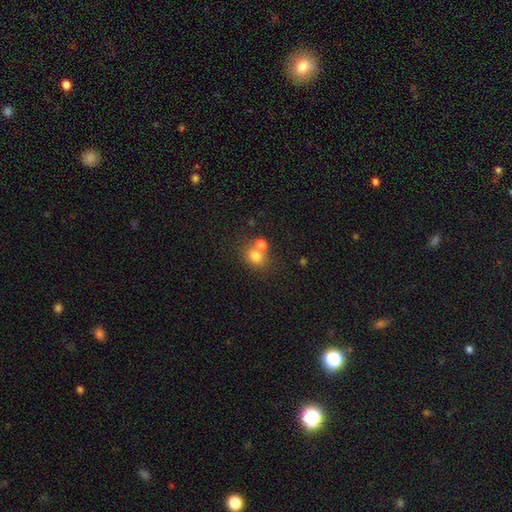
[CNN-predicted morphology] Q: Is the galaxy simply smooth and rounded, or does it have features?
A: smooth — 76%.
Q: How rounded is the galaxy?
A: round — 65%.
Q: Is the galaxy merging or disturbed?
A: none — 47%.